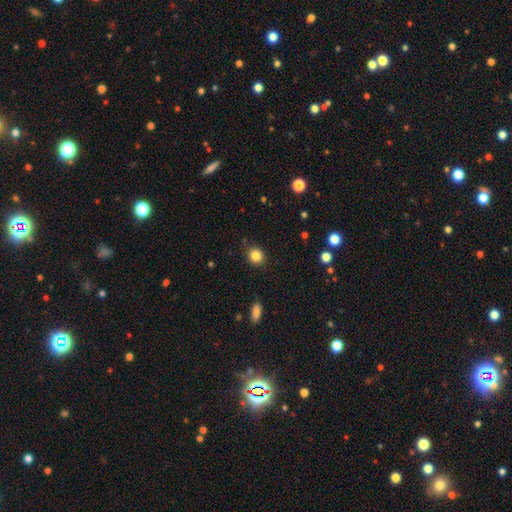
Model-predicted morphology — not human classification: Smooth or featured: smooth — 84% (star or artifact — 11%)
How rounded: round — 81% (in between — 18%)
Merging: none — 88% (minor disturbance — 8%)